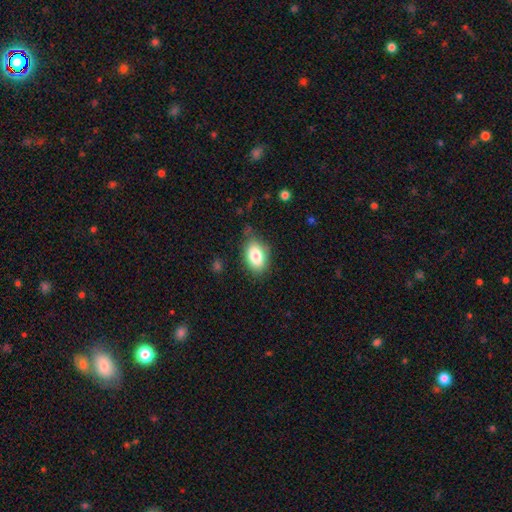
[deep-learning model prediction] Smooth or featured: smooth — 82% (featured or disk — 10%)
How rounded: in between — 88% (round — 11%)
Merging: none — 73% (minor disturbance — 21%)